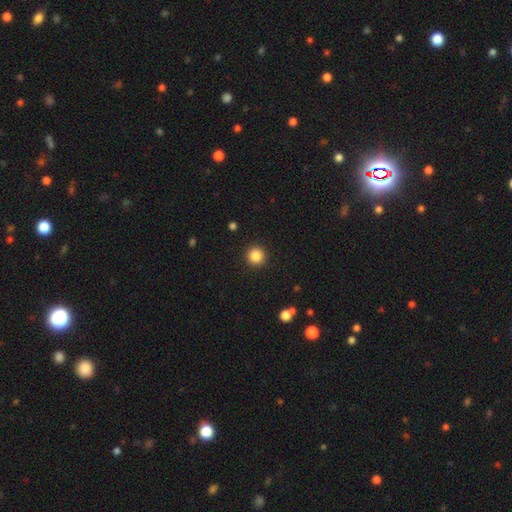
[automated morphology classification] Smooth or featured: smooth — 86% (star or artifact — 11%)
How rounded: round — 95% (in between — 4%)
Merging: none — 93% (minor disturbance — 4%)